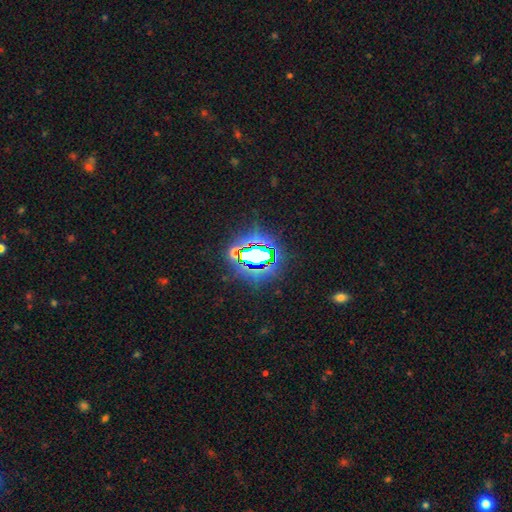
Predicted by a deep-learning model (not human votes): A star or artifact, not a galaxy (73%).

Vote fractions:
- Smooth or featured? star or artifact: 73% / smooth: 16% / featured or disk: 11%